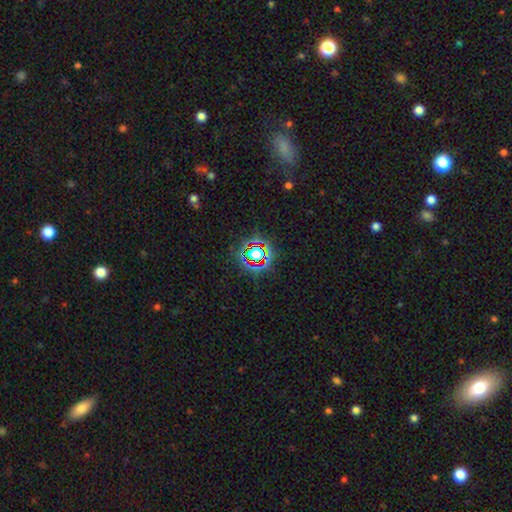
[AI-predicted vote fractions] A star or artifact, not a galaxy (73%).

Vote fractions:
- Smooth or featured? star or artifact: 73% / smooth: 17% / featured or disk: 10%